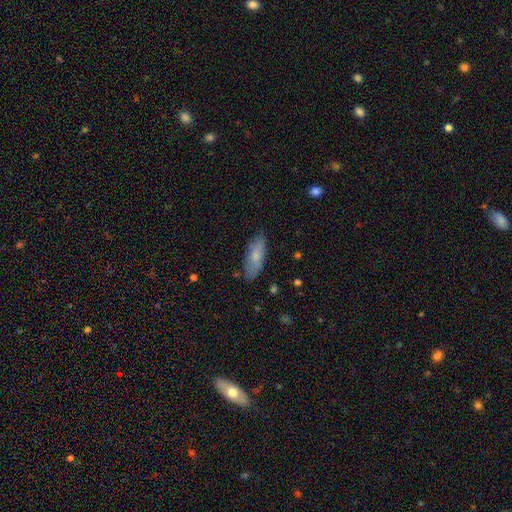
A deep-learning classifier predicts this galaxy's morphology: This is likely a smooth galaxy (76%). How rounded: likely in between (67%). Merging: likely none (78%).